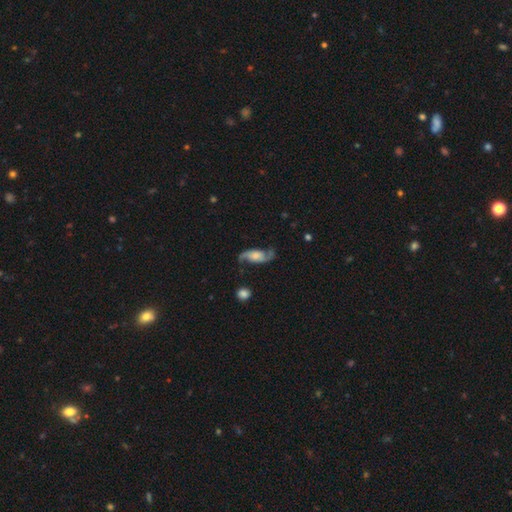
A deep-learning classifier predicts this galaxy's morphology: Smooth or featured: featured or disk — 80% (smooth — 15%)
Edge-on disk: no — 93% (yes — 7%)
Bar: no — 58% (weak — 31%)
Spiral arms: yes — 95% (no — 5%)
Spiral winding: loose — 67% (medium — 26%)
Spiral arm count: 2 — 92% (can't tell — 3%)
Bulge size: moderate — 33% (small — 30%)
Merging: none — 70% (minor disturbance — 18%)